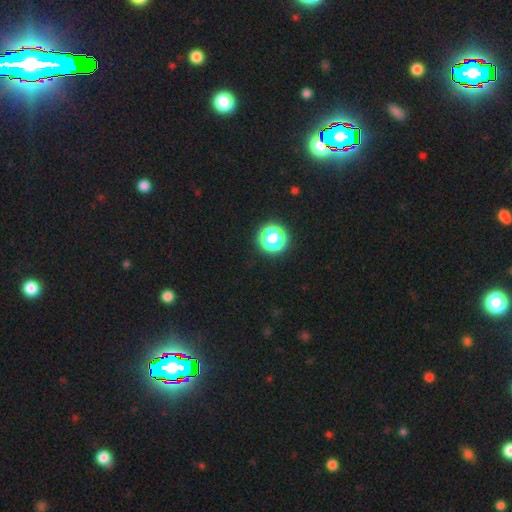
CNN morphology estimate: The model was most divided on "smooth or featured": star or artifact: 75%, smooth: 19%, featured or disk: 7%.